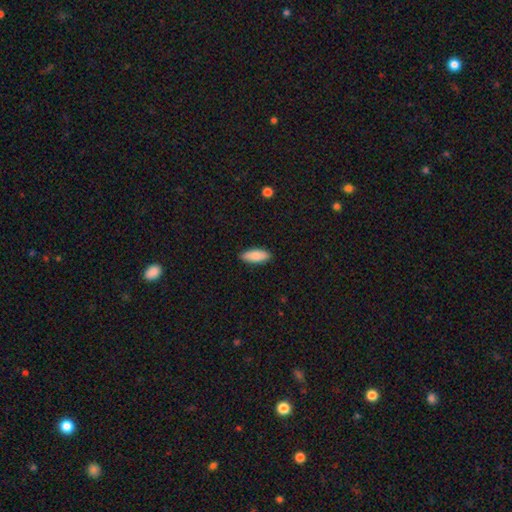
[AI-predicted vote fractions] This is clearly a smooth galaxy (84%). How rounded: likely in between (77%). Merging: clearly none (89%).